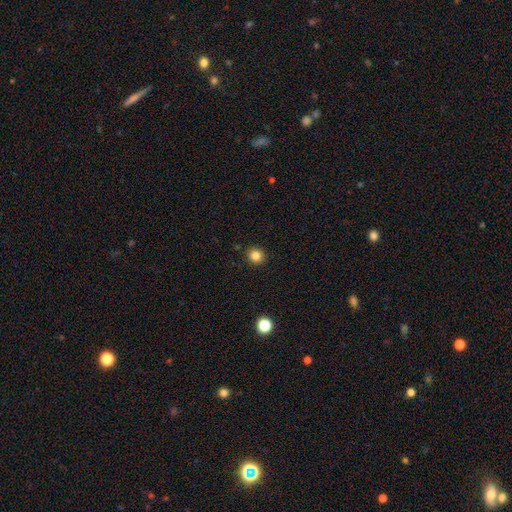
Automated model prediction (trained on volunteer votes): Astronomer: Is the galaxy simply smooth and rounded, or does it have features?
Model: smooth — 83%.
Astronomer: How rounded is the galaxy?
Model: round — 91%.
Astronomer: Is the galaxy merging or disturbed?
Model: none — 92%.